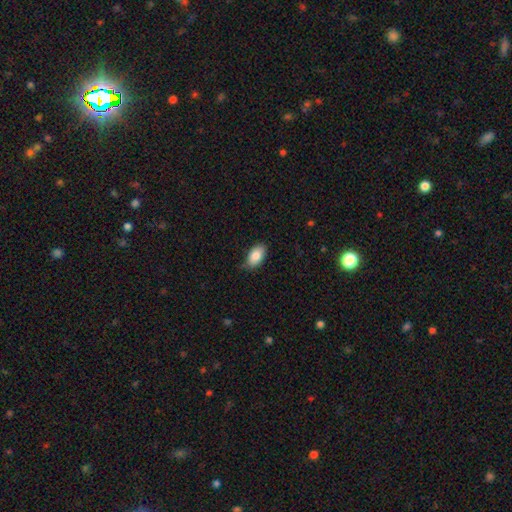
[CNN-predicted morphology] Smooth or featured? smooth (85%)
How rounded? in between (94%)
Merging? none (77%)